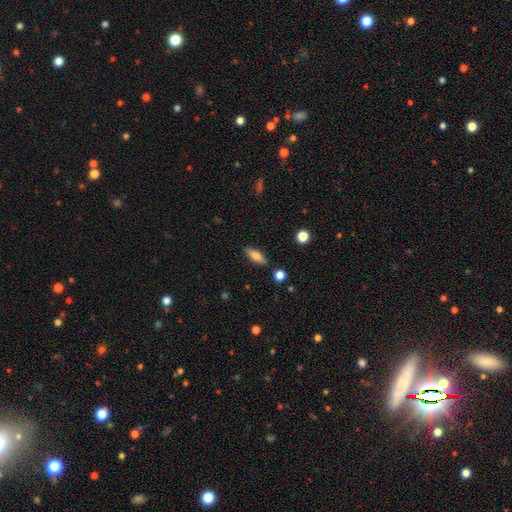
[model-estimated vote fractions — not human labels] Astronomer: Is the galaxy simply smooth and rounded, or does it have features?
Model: smooth — 74%.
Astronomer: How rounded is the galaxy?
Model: in between — 65%.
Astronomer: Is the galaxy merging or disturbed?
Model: none — 86%.